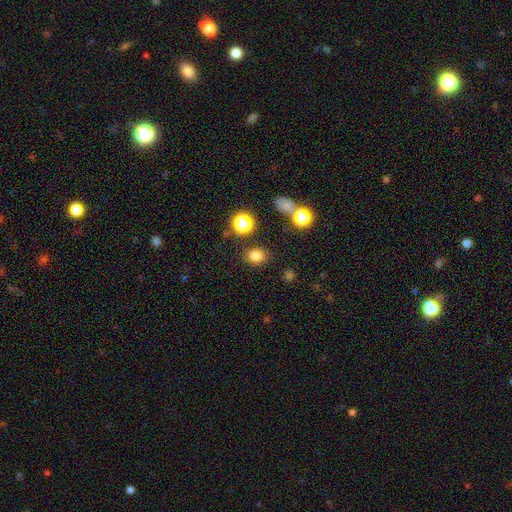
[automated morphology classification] Smooth or featured? smooth (79%)
How rounded? round (59%)
Merging? none (83%)